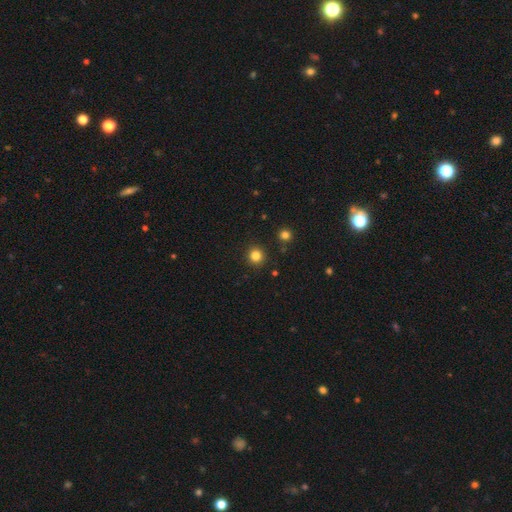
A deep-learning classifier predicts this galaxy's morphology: Smooth or featured?
  - smooth: 82% *
  - star or artifact: 13%
  - featured or disk: 5%
How rounded?
  - round: 94% *
  - in between: 5%
  - cigar-shaped: 1%
Merging?
  - none: 91% *
  - minor disturbance: 5%
  - major disturbance: 2%
  - merger: 2%